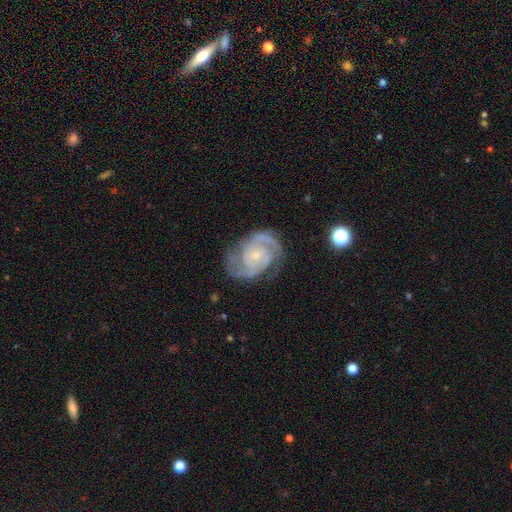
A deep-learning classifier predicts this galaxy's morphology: Overall: featured or disk (90%). Edge-on disk: no (98%). Bar: no (58%; weak 34%). Spiral arms: yes (98%). Spiral arm count: 2 (74%). Spiral winding: tight (52%; medium 42%). Bulge size: small (68%). Merging: none (75%).